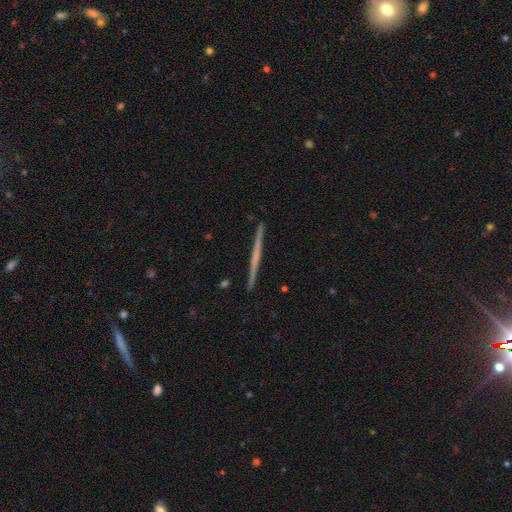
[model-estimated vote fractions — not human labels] This is likely a featured or disk galaxy (67%). It is clearly viewed edge-on (98%). Edge-on bulge: likely none (69%). Merging: clearly none (93%).